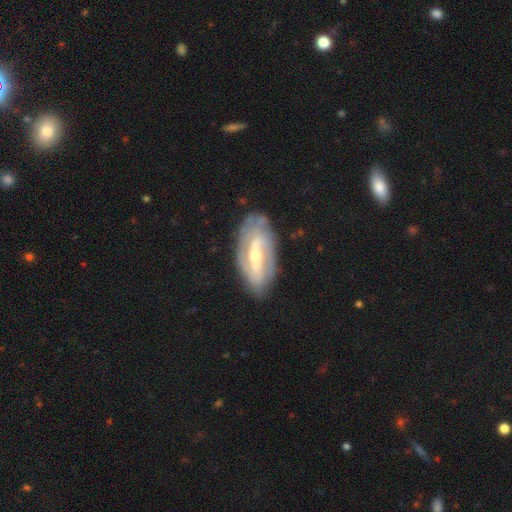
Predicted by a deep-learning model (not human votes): featured or disk 80%, smooth 14%, star or artifact 5%. Down the decision tree: edge-on disk — no (91%); bar — strong (52%); spiral arms — yes (83%); spiral arm count — 2 (68%); spiral winding — tight (42%); bulge size — moderate (55%); merging — none (78%).